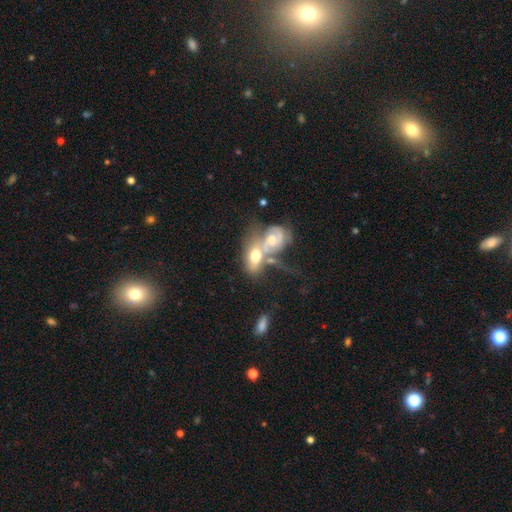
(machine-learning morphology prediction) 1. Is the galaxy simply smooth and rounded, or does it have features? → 50% featured or disk, 42% smooth, 8% star or artifact.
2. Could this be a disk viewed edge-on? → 90% no, 10% yes.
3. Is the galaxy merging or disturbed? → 67% merger, 15% none, 10% major disturbance, 9% minor disturbance.